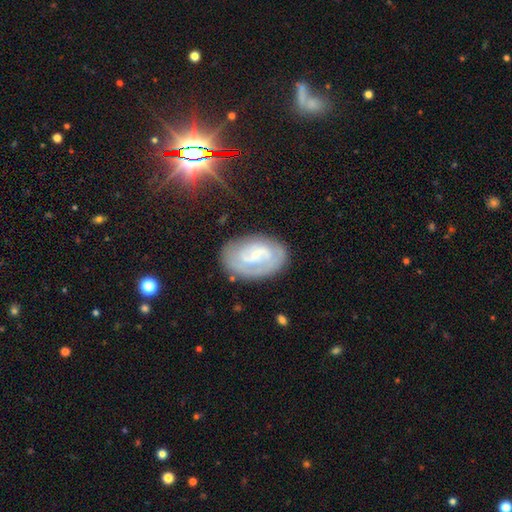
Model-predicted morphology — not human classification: smooth_or_featured: featured or disk (p=0.67) [alt: smooth p=0.25]
disk_edge_on: no (p=0.96) [alt: yes p=0.04]
bar: weak (p=0.47) [alt: no p=0.35]
has_spiral_arms: yes (p=0.80) [alt: no p=0.20]
spiral_winding: tight (p=0.56) [alt: medium p=0.31]
spiral_arm_count: 2 (p=0.45) [alt: can't tell p=0.32]
bulge_size: small (p=0.65) [alt: moderate p=0.19]
merging: none (p=0.73) [alt: minor disturbance p=0.18]